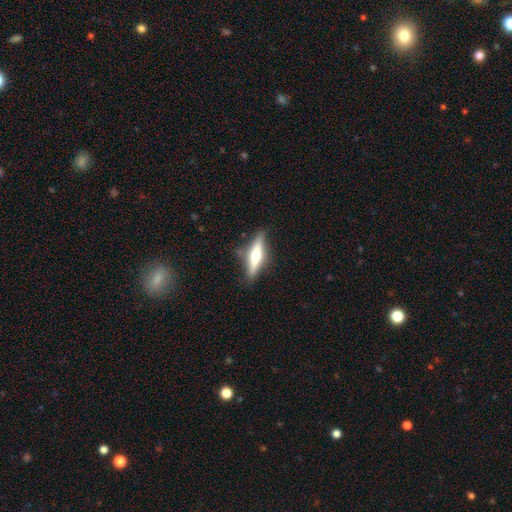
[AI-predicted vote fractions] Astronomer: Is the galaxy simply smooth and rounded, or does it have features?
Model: featured or disk — 58% (runner-up: smooth, 37%).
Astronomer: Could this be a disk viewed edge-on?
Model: yes — 94%.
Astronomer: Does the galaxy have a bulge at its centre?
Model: rounded — 93%.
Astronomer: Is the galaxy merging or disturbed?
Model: none — 83%.